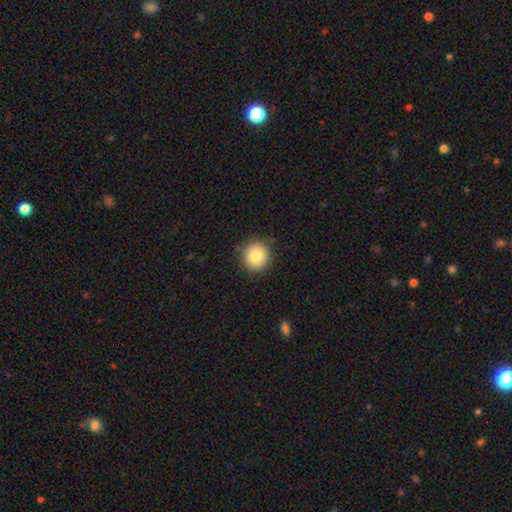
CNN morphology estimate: Smooth or featured: smooth — 82% (star or artifact — 9%)
How rounded: round — 94% (in between — 5%)
Merging: none — 88% (minor disturbance — 8%)